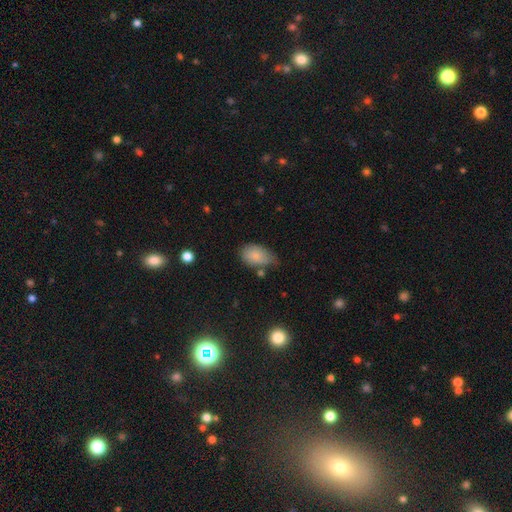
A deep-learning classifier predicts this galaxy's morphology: A smooth galaxy with no disk features (81%) that is in between round and cigar-shaped (89%). Merging: none (45%).